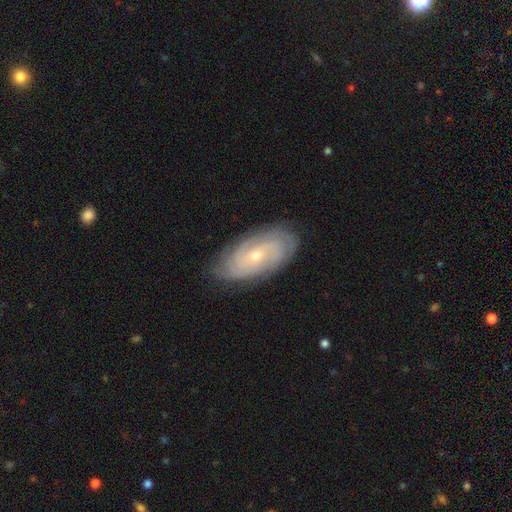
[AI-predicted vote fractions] A featured or disk galaxy (81%) with no bar (70%), tight (72%) spiral arms (95%) and a small central bulge (69%).

Vote fractions:
- Smooth or featured? featured or disk: 81% / smooth: 12% / star or artifact: 6%
- Edge-on disk? no: 95% / yes: 5%
- Bar? no: 70% / weak: 25% / strong: 5%
- Spiral arms? yes: 95% / no: 5%
- Spiral winding? tight: 72% / medium: 23% / loose: 5%
- Spiral arm count? can't tell: 36% / 3: 19% / 2: 18% / 4: 15% / more than 4: 6% / 1: 5%
- Bulge size? small: 69% / moderate: 28% / none: 1% / large: 1% / dominant: 1%
- Merging? none: 81% / minor disturbance: 15% / major disturbance: 3% / merger: 1%